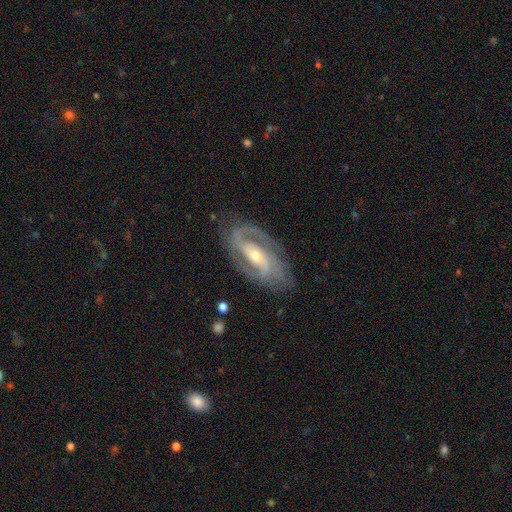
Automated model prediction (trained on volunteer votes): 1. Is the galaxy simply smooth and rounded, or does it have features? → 89% featured or disk, 6% smooth, 5% star or artifact.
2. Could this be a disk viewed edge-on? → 95% no, 5% yes.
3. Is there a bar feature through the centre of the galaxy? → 36% weak, 35% strong, 29% no.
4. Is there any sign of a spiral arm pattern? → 96% yes, 4% no.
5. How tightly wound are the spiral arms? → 48% medium, 39% tight, 13% loose.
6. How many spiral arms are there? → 80% 2, 7% can't tell, 7% 3, 3% 1, 2% 4, 2% more than 4.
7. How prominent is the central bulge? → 51% moderate, 45% small, 2% large, 1% none, 1% dominant.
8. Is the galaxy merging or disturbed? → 76% none, 16% minor disturbance, 7% major disturbance, 1% merger.